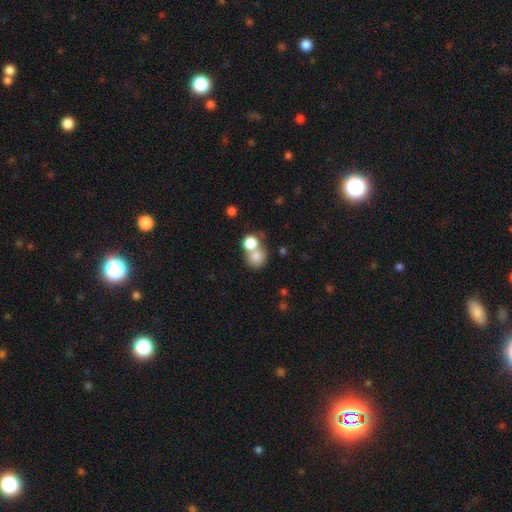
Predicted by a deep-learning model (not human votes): Q: Smooth or featured?
A: smooth (78%); runner-up: featured or disk (11%)
Q: How rounded?
A: round (79%); runner-up: in between (20%)
Q: Merging?
A: merger (53%); runner-up: none (36%)